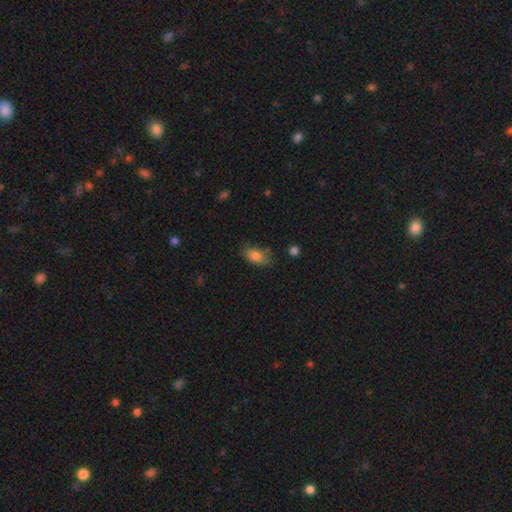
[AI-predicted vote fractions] Smooth or featured? smooth (83%)
How rounded? in between (87%)
Merging? none (67%)